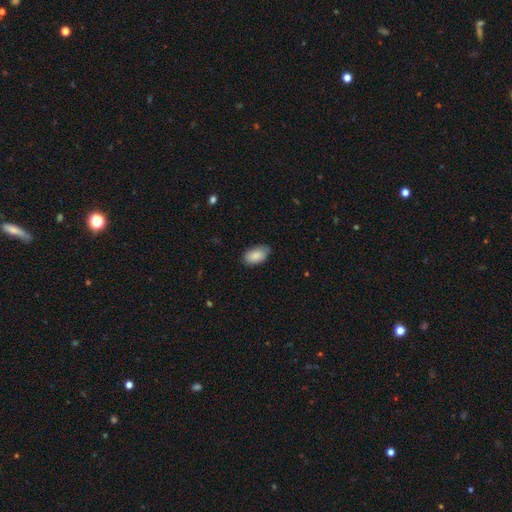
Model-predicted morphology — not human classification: This is clearly a smooth galaxy (87%). How rounded: clearly in between (94%). Merging: likely none (76%).